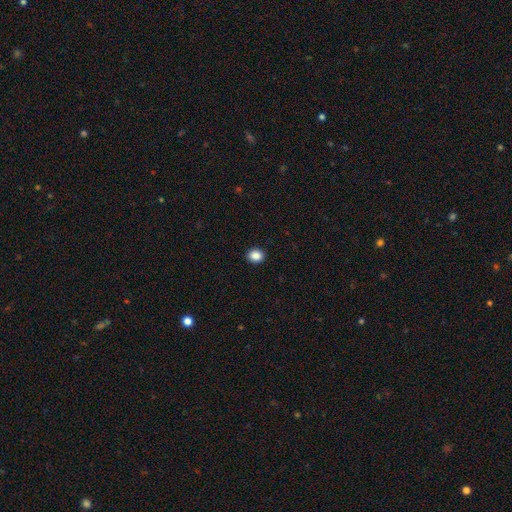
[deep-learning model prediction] smooth_or_featured: smooth (p=0.88) [alt: star or artifact p=0.09]
how_rounded: round (p=0.63) [alt: in between p=0.36]
merging: none (p=0.92) [alt: minor disturbance p=0.05]